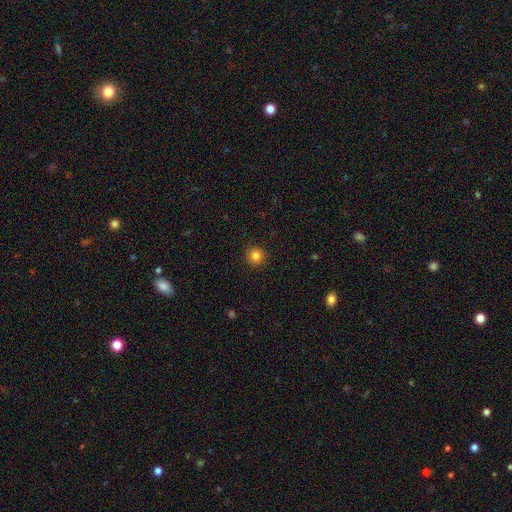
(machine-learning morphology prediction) smooth_or_featured: smooth (p=0.84) [alt: star or artifact p=0.11]
how_rounded: round (p=0.94) [alt: in between p=0.05]
merging: none (p=0.92) [alt: minor disturbance p=0.06]